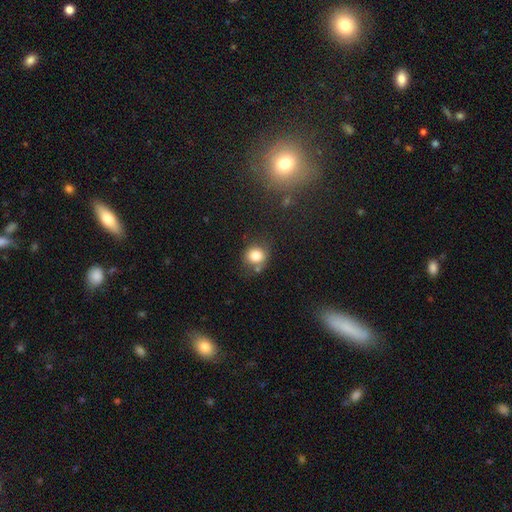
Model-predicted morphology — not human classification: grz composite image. It shows a smooth galaxy with no disk features (80%) that is round (80%). Merging: none (66%).